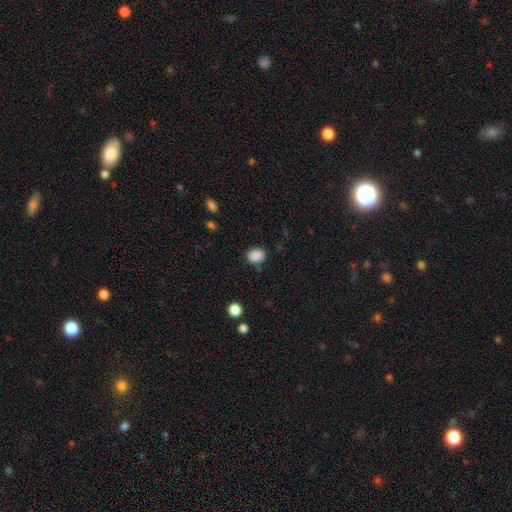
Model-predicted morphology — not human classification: A smooth galaxy with no disk features (88%) that is in between round and cigar-shaped (62%). Merging: none (78%).